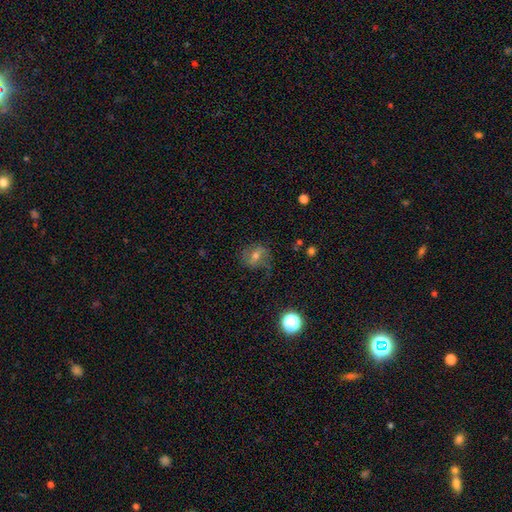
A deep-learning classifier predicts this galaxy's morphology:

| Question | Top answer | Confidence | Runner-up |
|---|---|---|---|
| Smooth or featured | featured or disk | 43% | smooth (38%) |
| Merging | none | 68% | minor disturbance (19%) |